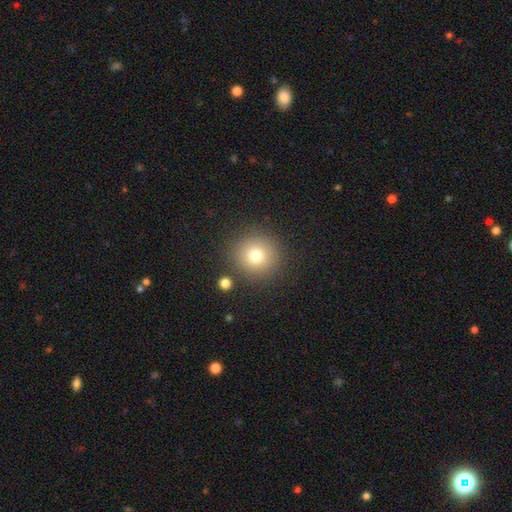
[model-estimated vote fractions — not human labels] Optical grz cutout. It shows a smooth galaxy with no disk features (77%) that is round (94%). Merging: none (87%).